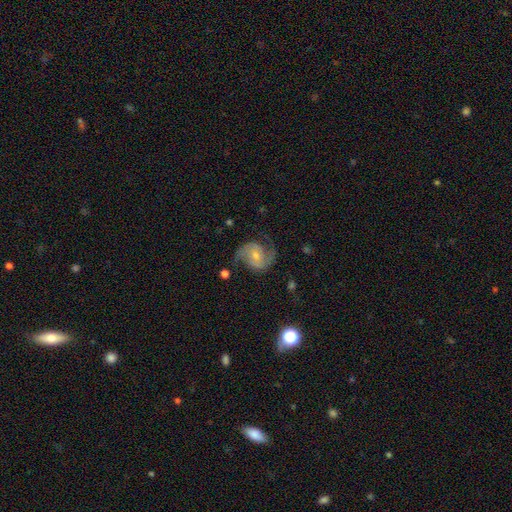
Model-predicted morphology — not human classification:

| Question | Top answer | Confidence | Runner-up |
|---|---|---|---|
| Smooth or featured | featured or disk | 86% | smooth (8%) |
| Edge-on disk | no | 98% | yes (2%) |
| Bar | no | 47% | weak (41%) |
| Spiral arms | yes | 97% | no (3%) |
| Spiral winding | medium | 54% | loose (26%) |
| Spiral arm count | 2 | 92% | can't tell (3%) |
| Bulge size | small | 51% | moderate (42%) |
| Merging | none | 74% | minor disturbance (16%) |